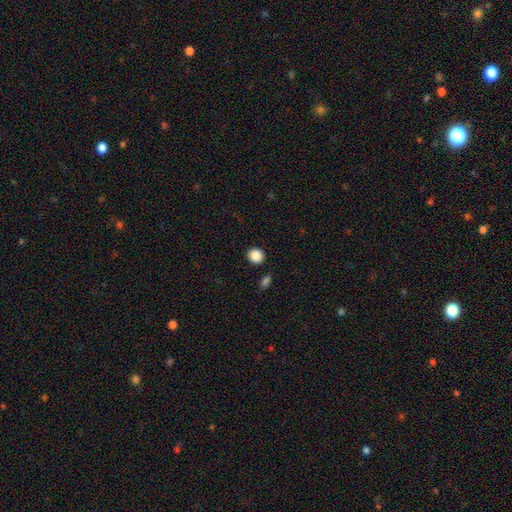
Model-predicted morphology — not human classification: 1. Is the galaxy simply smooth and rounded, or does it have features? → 89% smooth, 9% star or artifact, 3% featured or disk.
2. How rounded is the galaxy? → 85% round, 14% in between, 1% cigar-shaped.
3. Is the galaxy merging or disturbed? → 88% none, 6% minor disturbance, 3% merger, 2% major disturbance.